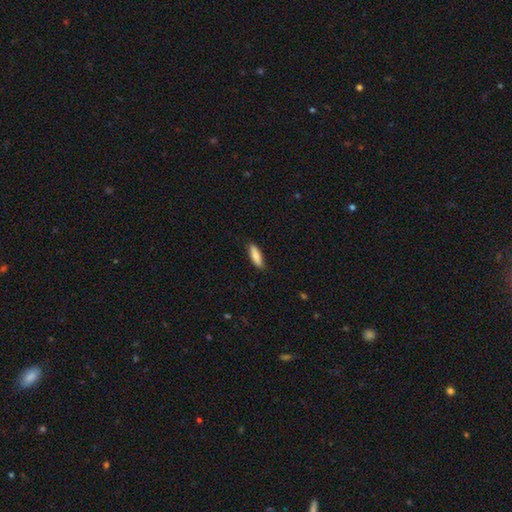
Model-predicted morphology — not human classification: Smooth or featured: smooth — 85% (featured or disk — 9%)
How rounded: cigar-shaped — 50% (in between — 48%)
Merging: none — 86% (minor disturbance — 11%)